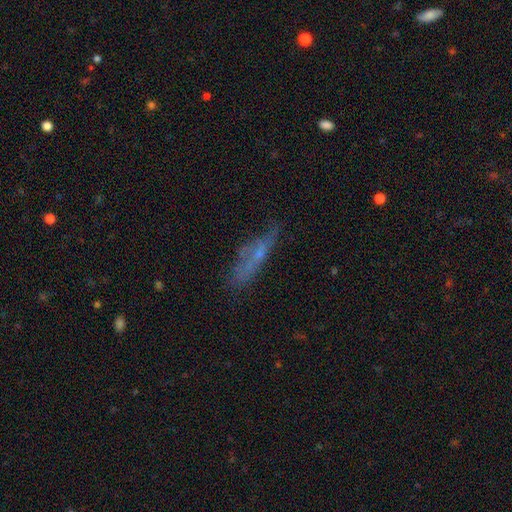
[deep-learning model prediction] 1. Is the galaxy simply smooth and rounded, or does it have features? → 44% smooth, 42% featured or disk, 14% star or artifact.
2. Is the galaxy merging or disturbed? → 56% none, 26% minor disturbance, 14% major disturbance, 4% merger.